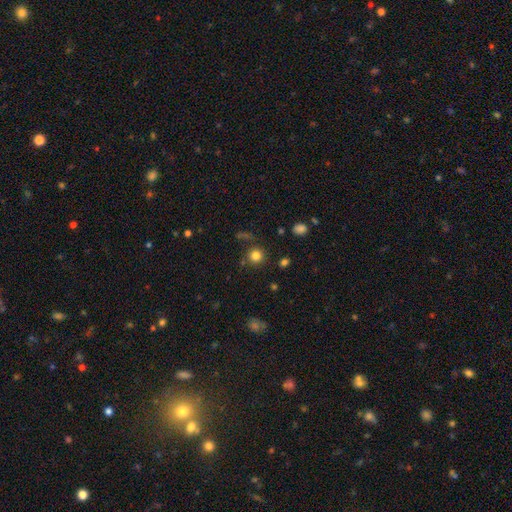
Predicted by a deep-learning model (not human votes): Smooth or featured? Predicted: smooth (p=0.80). How rounded? Predicted: round (p=0.93). Merging? Predicted: none (p=0.83).